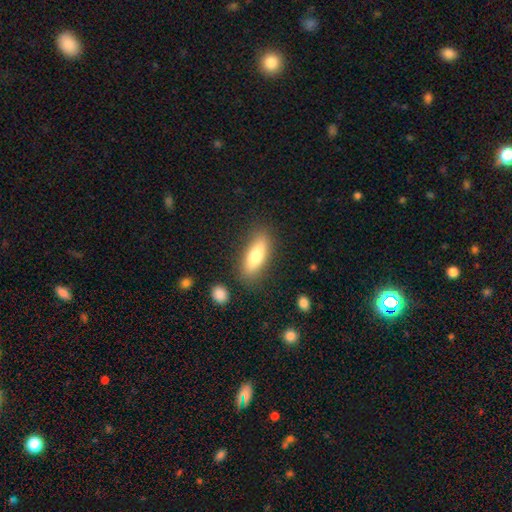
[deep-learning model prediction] Smooth or featured?
  - smooth: 72% *
  - featured or disk: 21%
  - star or artifact: 7%
How rounded?
  - in between: 56% *
  - cigar-shaped: 42%
  - round: 2%
Merging?
  - none: 81% *
  - minor disturbance: 12%
  - major disturbance: 4%
  - merger: 3%